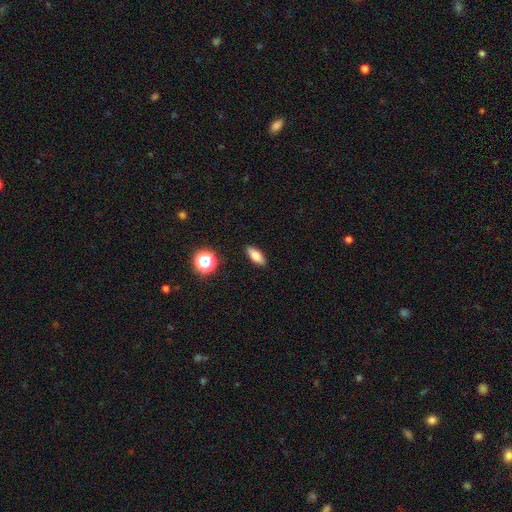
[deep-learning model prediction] The model was most divided on "how rounded": in between: 67%, cigar-shaped: 28%, round: 5%. More confident: merging — none (89%); smooth or featured — smooth (72%).